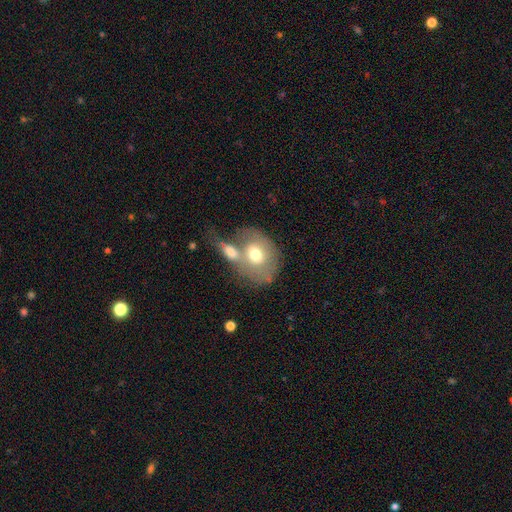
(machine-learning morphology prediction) This is possibly a smooth galaxy (48%). Merging: possibly merger (53%).